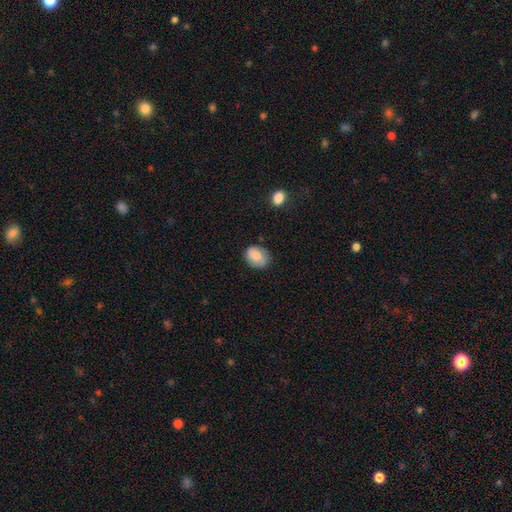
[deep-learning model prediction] smooth-or-featured: smooth: 82% | featured or disk: 11% | star or artifact: 8%
  how-rounded: in between: 58% | round: 41% | cigar-shaped: 1%
  merging: none: 72% | minor disturbance: 21% | major disturbance: 4% | merger: 2%